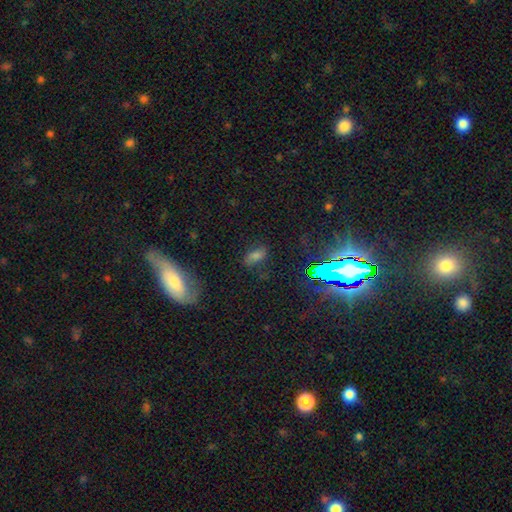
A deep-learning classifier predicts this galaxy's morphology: Smooth or featured: smooth — 58% (star or artifact — 29%)
How rounded: in between — 84% (cigar-shaped — 9%)
Merging: none — 71% (minor disturbance — 18%)